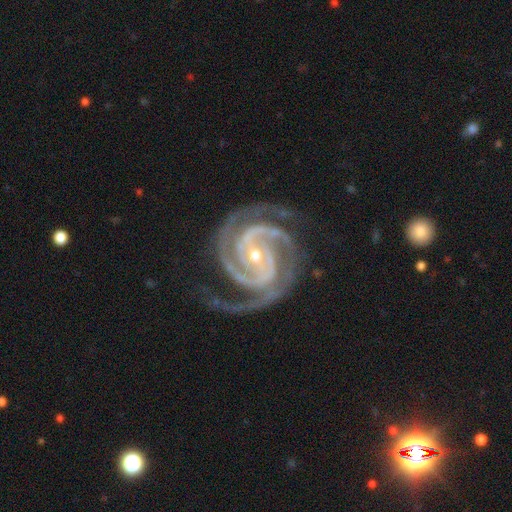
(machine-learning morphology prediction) The model was most divided on "bar": no: 35%, strong: 33%, weak: 32%. Remaining: spiral arms — yes (99%); edge-on disk — no (98%); smooth or featured — featured or disk (94%); merging — none (74%); spiral winding — tight (69%); bulge size — small (59%); spiral arm count — 3 (42%).